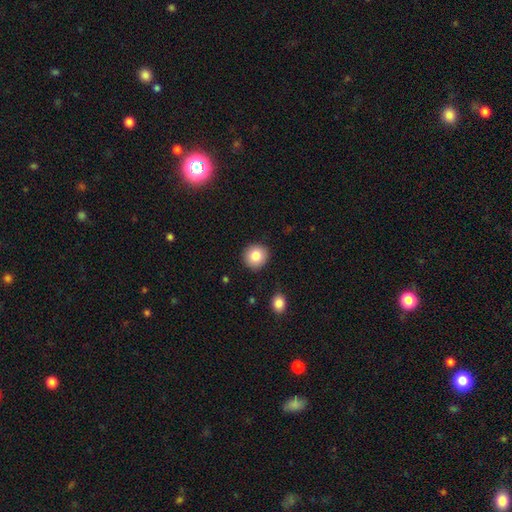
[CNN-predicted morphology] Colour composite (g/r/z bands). It shows a smooth galaxy with no disk features (83%) that is round (90%). Merging: none (90%).